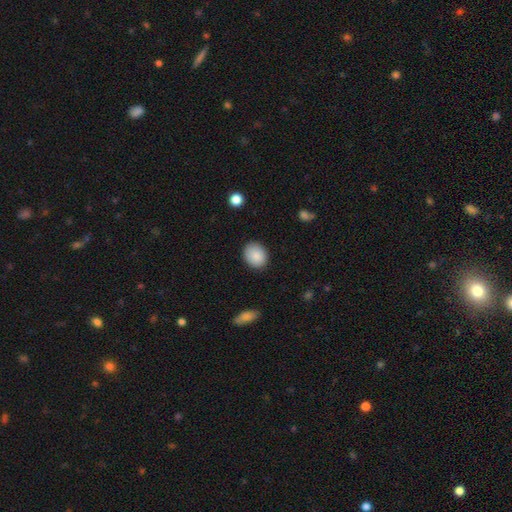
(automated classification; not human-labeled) This appears to be a smooth galaxy with no disk features (88%) that is in between round and cigar-shaped (50%). Merging: none (87%).